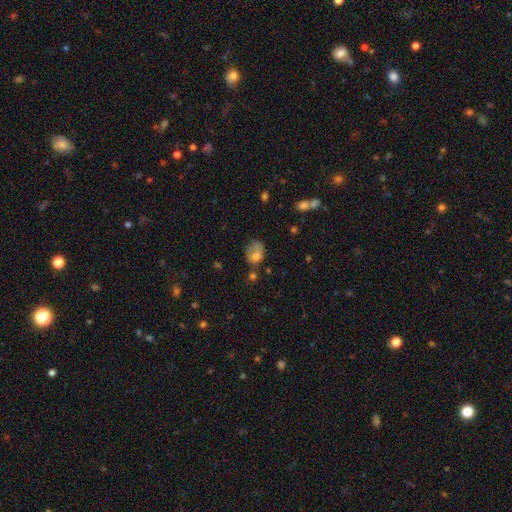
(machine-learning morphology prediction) This appears to be a smooth galaxy with no disk features (68%) that is in between round and cigar-shaped (57%). Merging: none (30%).